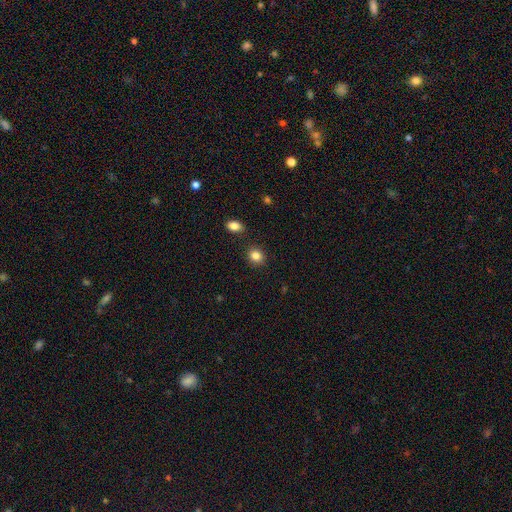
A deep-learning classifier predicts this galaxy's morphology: Smooth or featured? smooth (85%)
How rounded? round (70%)
Merging? none (87%)